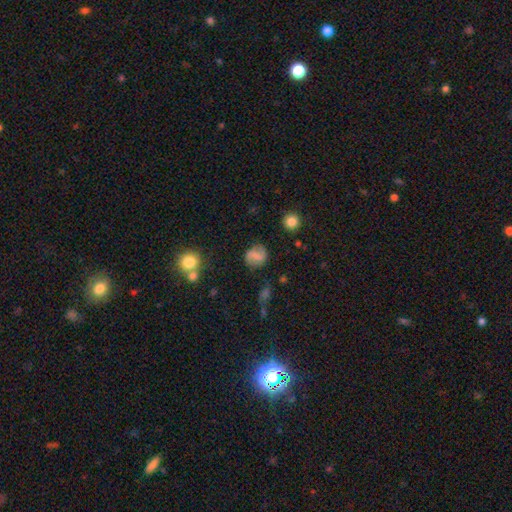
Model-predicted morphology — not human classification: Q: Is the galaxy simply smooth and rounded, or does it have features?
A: featured or disk — 45%.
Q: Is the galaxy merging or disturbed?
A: none — 76%.